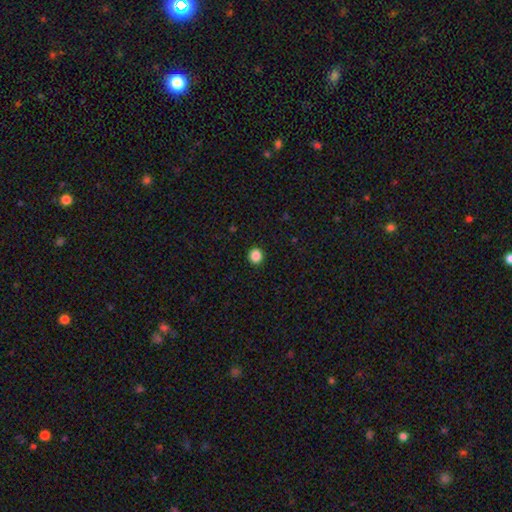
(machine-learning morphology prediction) A smooth galaxy with no disk features (87%) that is round (89%). Merging: none (93%).